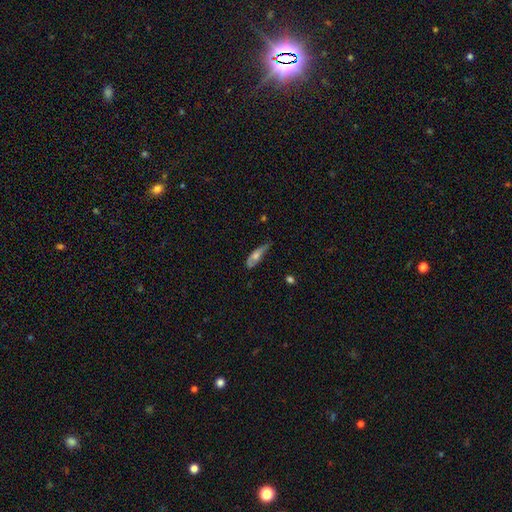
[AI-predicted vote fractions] This appears to be a smooth galaxy with no disk features (50%). Merging: none (41%).